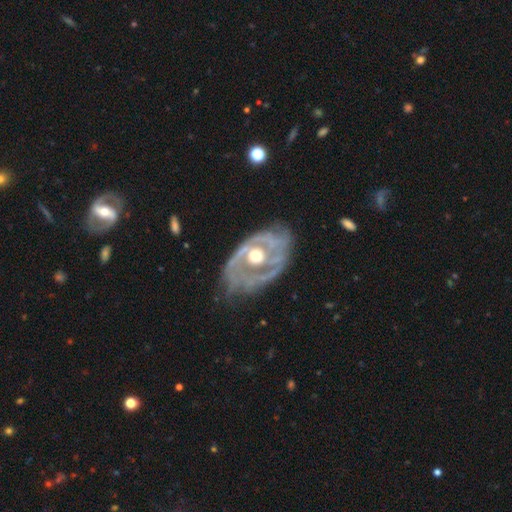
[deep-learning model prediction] featured or disk 87%, smooth 8%, star or artifact 4%. Down the decision tree: edge-on disk — no (96%); bar — no (79%); spiral arms — yes (86%); spiral arm count — 2 (44%); spiral winding — tight (54%); bulge size — moderate (74%); merging — none (54%).